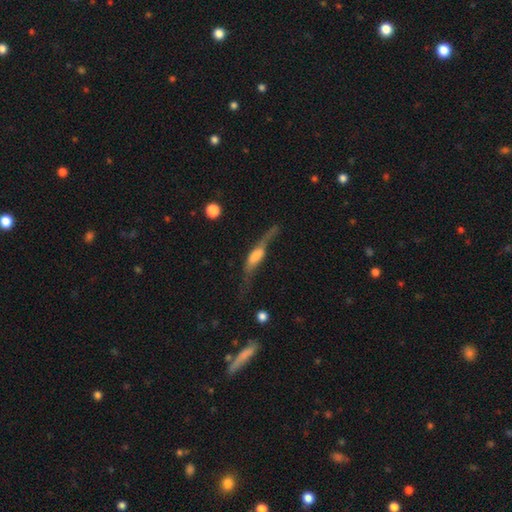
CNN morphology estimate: smooth-or-featured: featured or disk: 60% | smooth: 32% | star or artifact: 8%
  disk-edge-on: yes: 77% | no: 23%
  merging: none: 39% | major disturbance: 31% | minor disturbance: 25% | merger: 6%